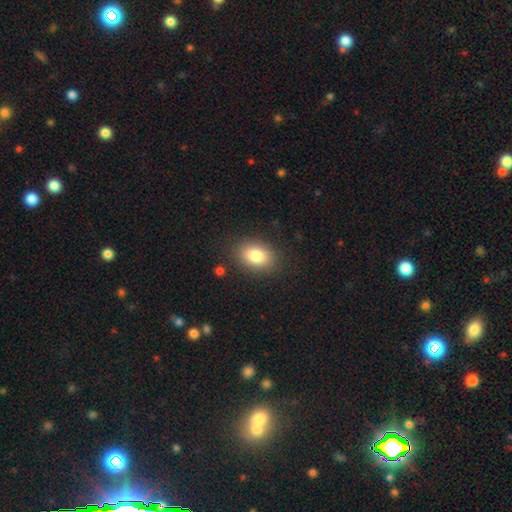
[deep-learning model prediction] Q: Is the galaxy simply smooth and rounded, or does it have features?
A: smooth — 82%.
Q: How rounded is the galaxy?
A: in between — 76%.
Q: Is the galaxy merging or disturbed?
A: none — 85%.